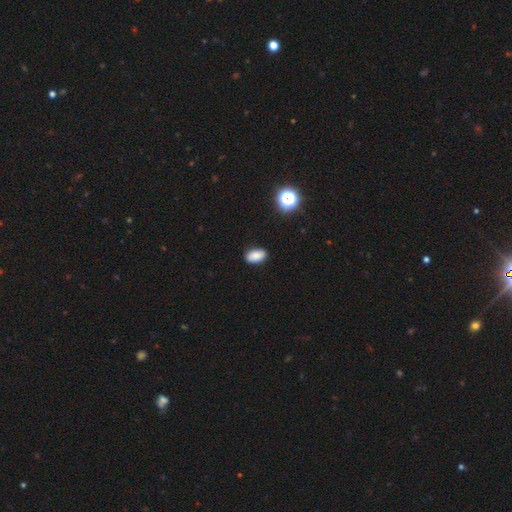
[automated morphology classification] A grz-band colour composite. It shows a smooth galaxy with no disk features (84%) that is in between round and cigar-shaped (92%). Merging: none (88%).